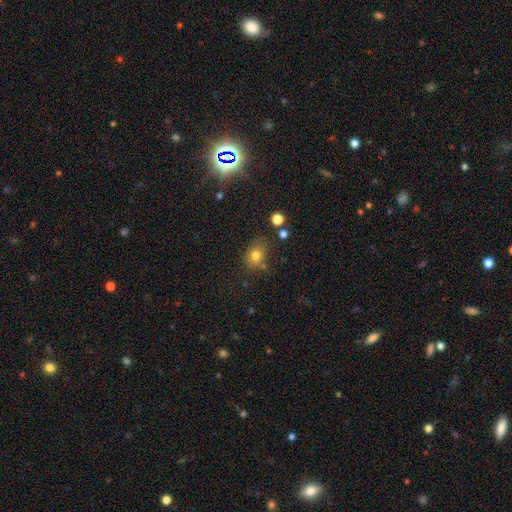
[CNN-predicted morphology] The model was most divided on "how rounded": in between: 54%, round: 45%, cigar-shaped: 1%. More confident: smooth or featured — smooth (79%); merging — none (71%).